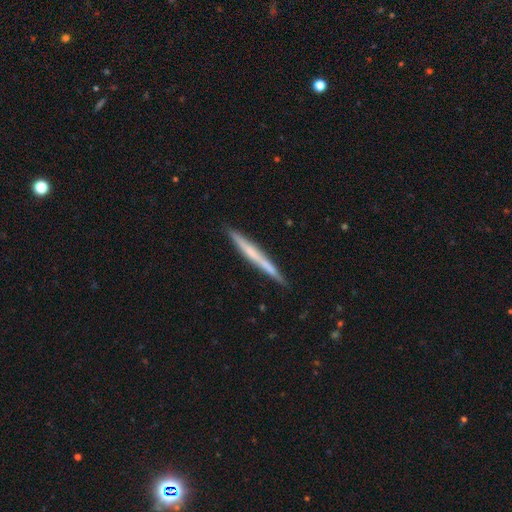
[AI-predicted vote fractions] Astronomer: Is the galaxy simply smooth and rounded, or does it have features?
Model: featured or disk — 50% (runner-up: smooth, 44%).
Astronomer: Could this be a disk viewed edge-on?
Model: yes — 97%.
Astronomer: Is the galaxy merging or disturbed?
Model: none — 90%.